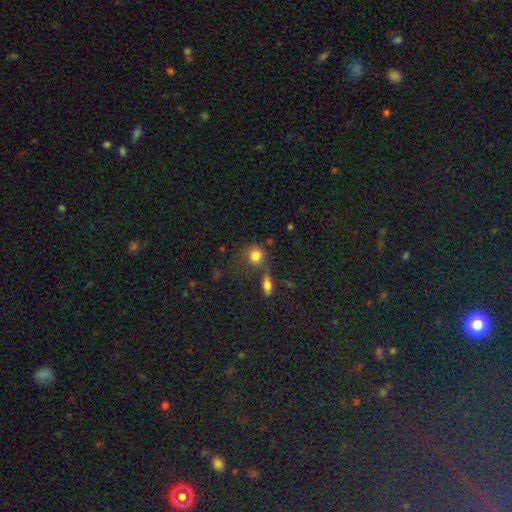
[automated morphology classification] Smooth or featured? smooth (80%)
How rounded? round (82%)
Merging? none (55%)